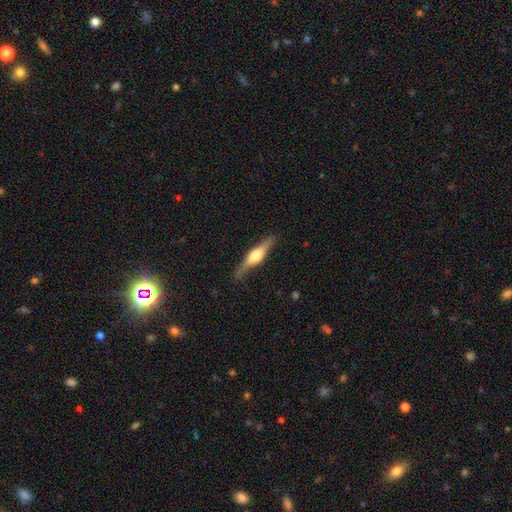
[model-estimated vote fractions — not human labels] A featured or disk galaxy (68%) viewed edge-on (96%) with a rounded central bulge (91%). Merging: none (84%).